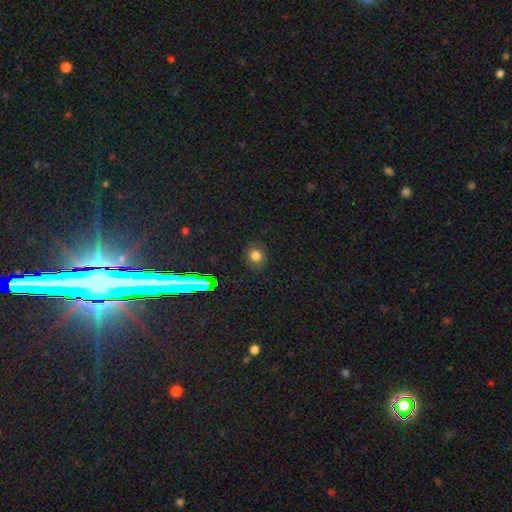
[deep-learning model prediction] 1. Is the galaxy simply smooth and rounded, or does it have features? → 74% smooth, 20% star or artifact, 6% featured or disk.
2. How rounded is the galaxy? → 79% round, 20% in between, 1% cigar-shaped.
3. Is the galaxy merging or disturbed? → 85% none, 10% minor disturbance, 4% major disturbance, 1% merger.